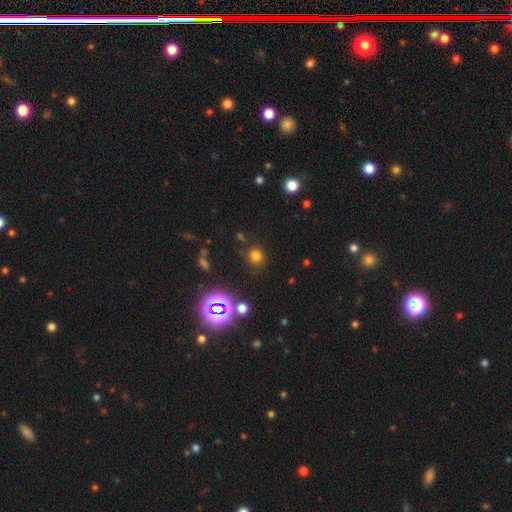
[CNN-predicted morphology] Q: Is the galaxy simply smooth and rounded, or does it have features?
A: smooth — 67%.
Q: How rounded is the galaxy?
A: round — 88%.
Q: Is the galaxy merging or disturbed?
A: none — 82%.